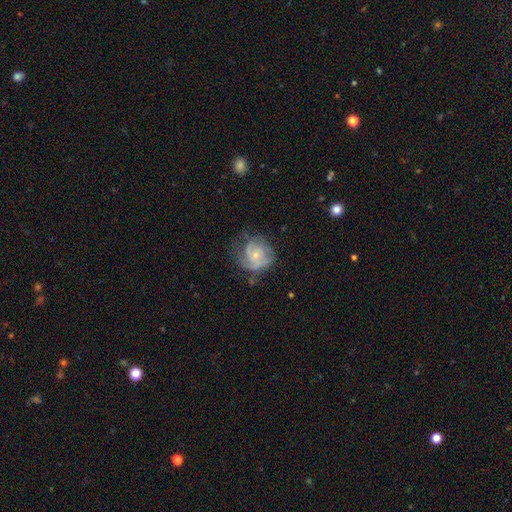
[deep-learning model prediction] Smooth or featured?
  - featured or disk: 67% *
  - smooth: 25%
  - star or artifact: 7%
Edge-on disk?
  - no: 98% *
  - yes: 2%
Bar?
  - no: 72% *
  - weak: 24%
  - strong: 4%
Spiral arms?
  - yes: 83% *
  - no: 17%
Spiral winding?
  - tight: 47% *
  - medium: 37%
  - loose: 16%
Spiral arm count?
  - can't tell: 36% *
  - 2: 28%
  - 3: 19%
  - 1: 8%
  - 4: 5%
  - more than 4: 4%
Bulge size?
  - small: 69% *
  - moderate: 25%
  - none: 3%
  - large: 1%
  - dominant: 1%
Merging?
  - none: 51% *
  - minor disturbance: 28%
  - major disturbance: 19%
  - merger: 2%